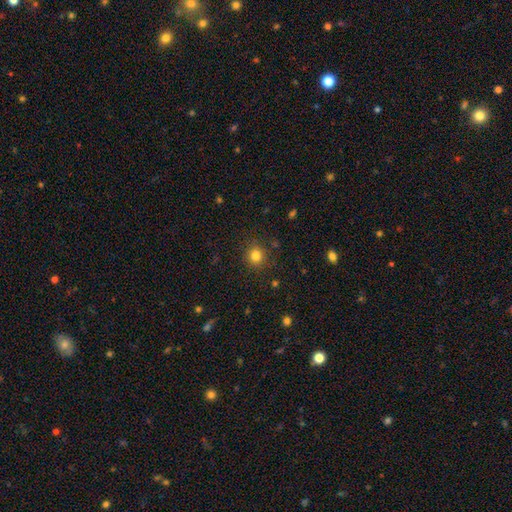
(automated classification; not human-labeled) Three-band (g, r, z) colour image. It shows a smooth galaxy with no disk features (82%) that is round (86%). Merging: none (86%).